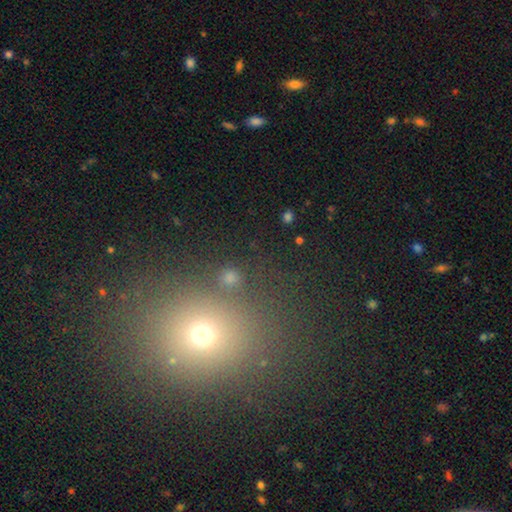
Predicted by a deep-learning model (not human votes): Q: Smooth or featured?
A: smooth (55%); runner-up: star or artifact (36%)
Q: How rounded?
A: round (65%); runner-up: in between (33%)
Q: Merging?
A: none (80%); runner-up: minor disturbance (9%)